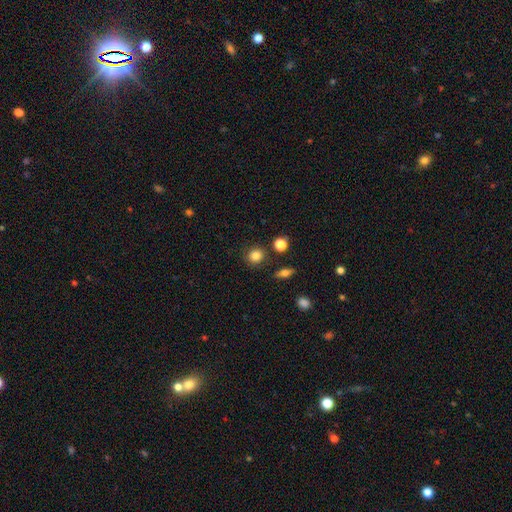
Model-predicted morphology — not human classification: smooth-or-featured: smooth: 83% | star or artifact: 11% | featured or disk: 6%
  how-rounded: round: 84% | in between: 15% | cigar-shaped: 1%
  merging: none: 84% | minor disturbance: 9% | merger: 4% | major disturbance: 3%